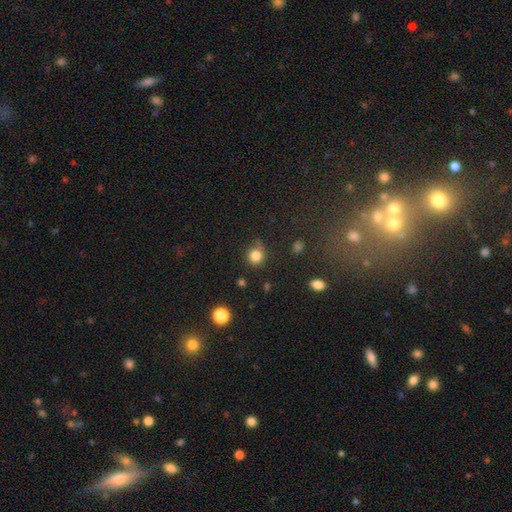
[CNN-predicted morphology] This is clearly a smooth galaxy (83%). How rounded: clearly round (89%). Merging: likely none (72%).